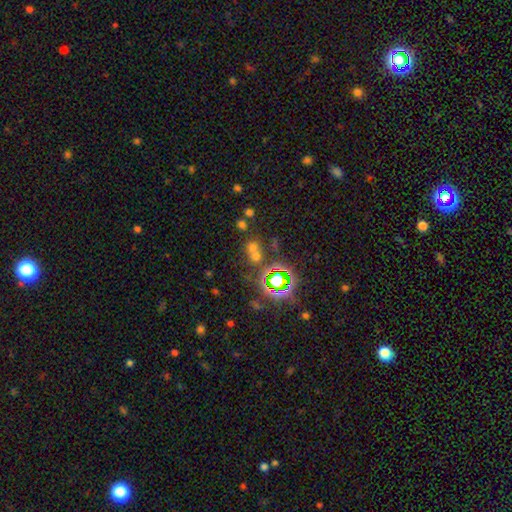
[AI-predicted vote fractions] Smooth or featured? smooth (45%)
Merging? none (45%)